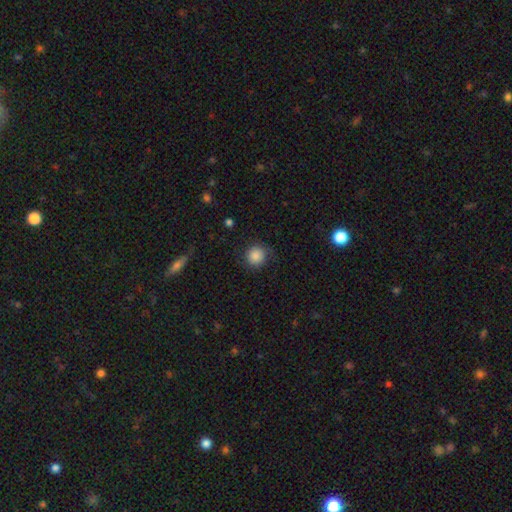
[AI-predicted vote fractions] Smooth or featured?
  - smooth: 85% *
  - star or artifact: 9%
  - featured or disk: 6%
How rounded?
  - round: 92% *
  - in between: 7%
  - cigar-shaped: 1%
Merging?
  - none: 81% *
  - minor disturbance: 13%
  - major disturbance: 5%
  - merger: 1%